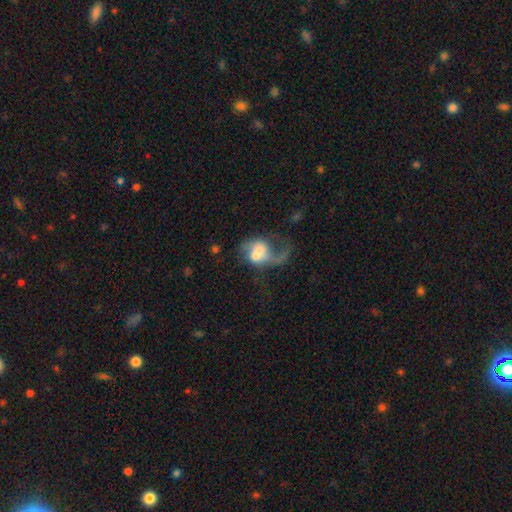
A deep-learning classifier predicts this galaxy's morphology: This is possibly a featured or disk galaxy (59%). It is clearly not viewed edge-on (97%). Bar: likely no (62%). Spiral arm pattern: likely yes (73%). Central bulge: marginally moderate (39%). Merging: marginally merger (37%).